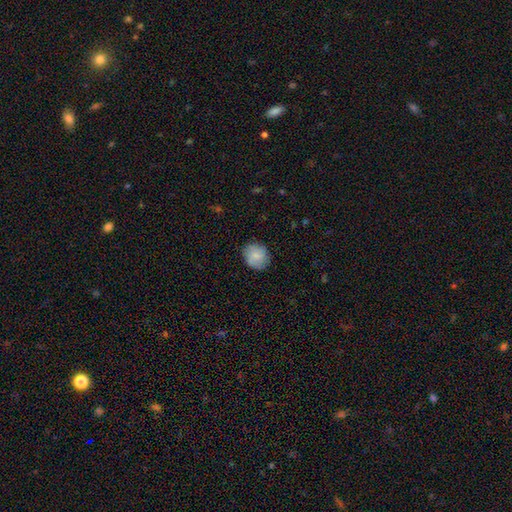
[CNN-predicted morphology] This appears to be a smooth galaxy with no disk features (82%) that is round (78%). Merging: none (82%).